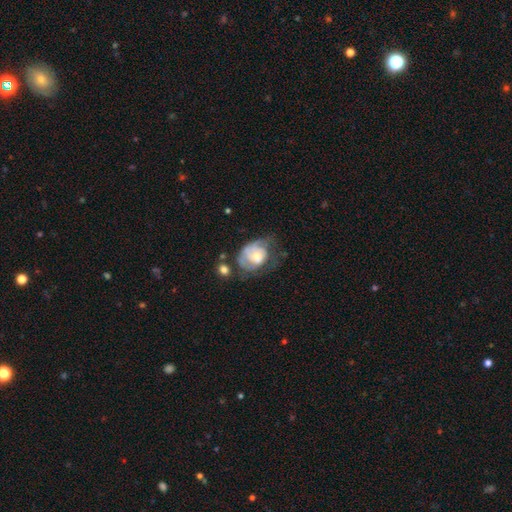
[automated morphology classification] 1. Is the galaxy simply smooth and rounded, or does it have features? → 62% featured or disk, 31% smooth, 7% star or artifact.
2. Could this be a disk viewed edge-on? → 96% no, 4% yes.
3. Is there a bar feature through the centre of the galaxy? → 76% no, 20% weak, 3% strong.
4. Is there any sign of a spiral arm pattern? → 66% yes, 34% no.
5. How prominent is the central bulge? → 56% moderate, 33% small, 7% large, 3% none, 1% dominant.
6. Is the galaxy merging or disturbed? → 33% major disturbance, 32% none, 28% minor disturbance, 7% merger.